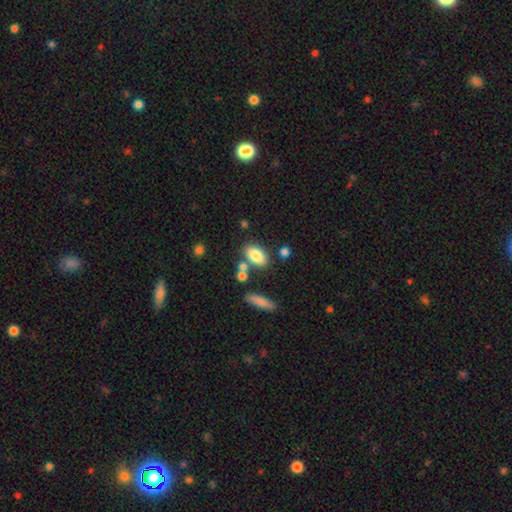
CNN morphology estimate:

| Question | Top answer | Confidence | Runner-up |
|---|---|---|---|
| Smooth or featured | smooth | 81% | featured or disk (10%) |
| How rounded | in between | 88% | round (7%) |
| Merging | none | 68% | merger (15%) |